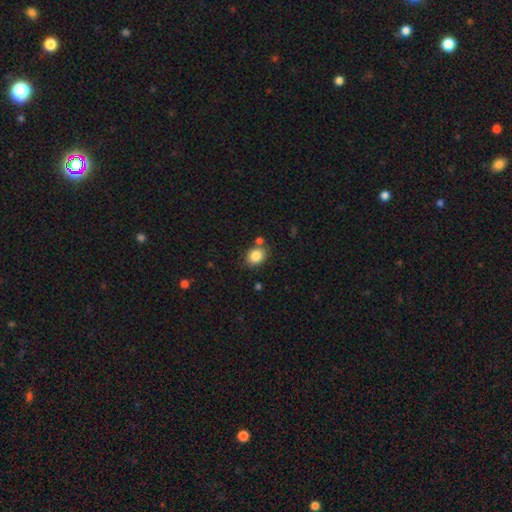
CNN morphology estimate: Smooth or featured? Predicted: smooth (p=0.85). How rounded? Predicted: in between (p=0.53). Merging? Predicted: none (p=0.72).